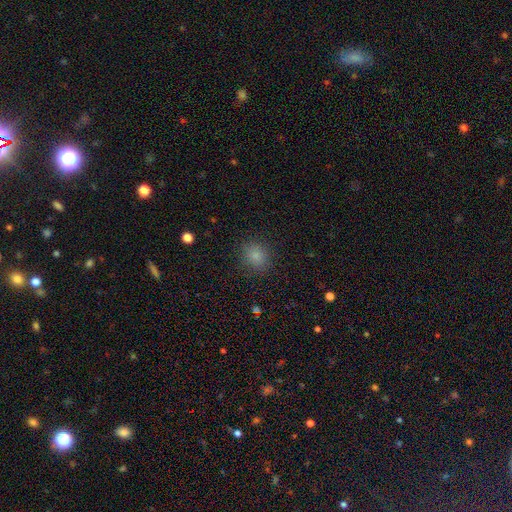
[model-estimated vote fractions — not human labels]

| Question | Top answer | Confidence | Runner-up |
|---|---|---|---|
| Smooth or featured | smooth | 82% | star or artifact (12%) |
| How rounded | round | 70% | in between (29%) |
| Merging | none | 85% | minor disturbance (10%) |